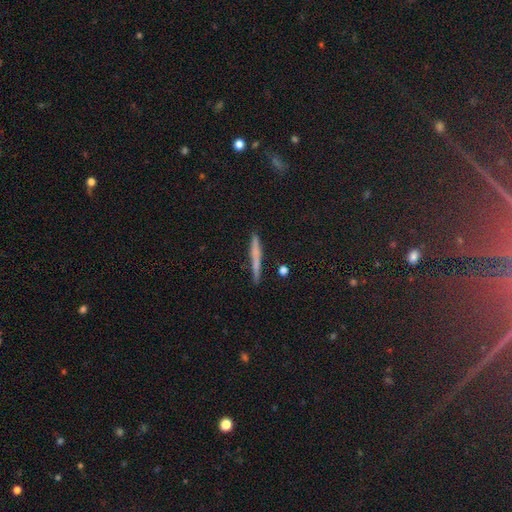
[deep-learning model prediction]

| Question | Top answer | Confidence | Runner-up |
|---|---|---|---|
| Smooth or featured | smooth | 56% | featured or disk (33%) |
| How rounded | cigar-shaped | 95% | in between (3%) |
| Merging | none | 87% | minor disturbance (9%) |